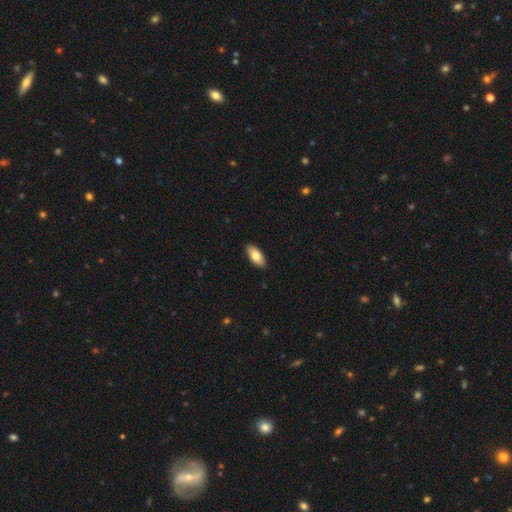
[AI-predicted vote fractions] A smooth galaxy with no disk features (79%) that is in between round and cigar-shaped (89%).

Vote fractions:
- Smooth or featured? smooth: 79% / featured or disk: 15% / star or artifact: 6%
- How rounded? in between: 89% / cigar-shaped: 8% / round: 2%
- Merging? none: 89% / minor disturbance: 8% / major disturbance: 2% / merger: 1%